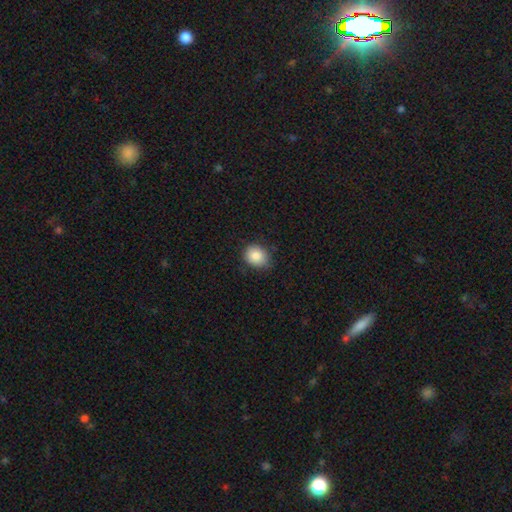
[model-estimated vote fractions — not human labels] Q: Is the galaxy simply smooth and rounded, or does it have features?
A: smooth — 86%.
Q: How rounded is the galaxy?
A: round — 65%.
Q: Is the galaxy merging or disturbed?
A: none — 80%.